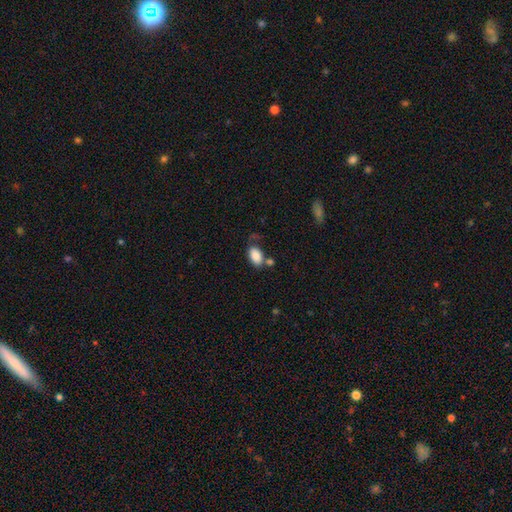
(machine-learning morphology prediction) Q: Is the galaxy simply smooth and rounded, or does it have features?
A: smooth — 86%.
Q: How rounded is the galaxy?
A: in between — 91%.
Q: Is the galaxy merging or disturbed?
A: none — 59%.